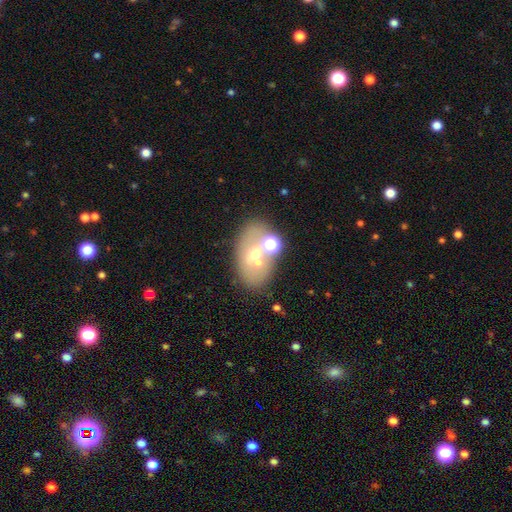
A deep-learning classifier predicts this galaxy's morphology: smooth_or_featured: smooth (p=0.42) [alt: featured or disk p=0.41]
merging: none (p=0.53) [alt: merger p=0.27]